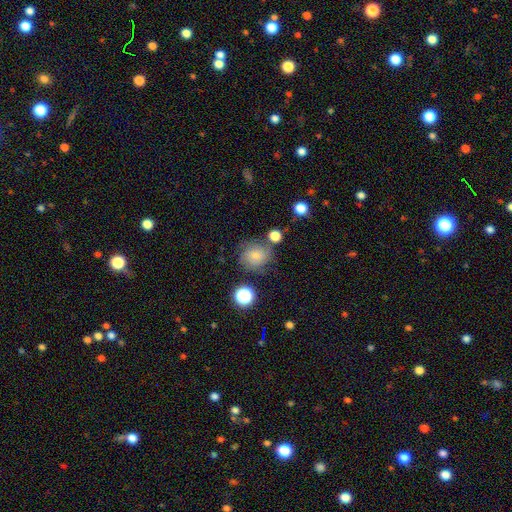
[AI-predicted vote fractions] A smooth galaxy with no disk features (61%) that is round (82%). Merging: none (66%).